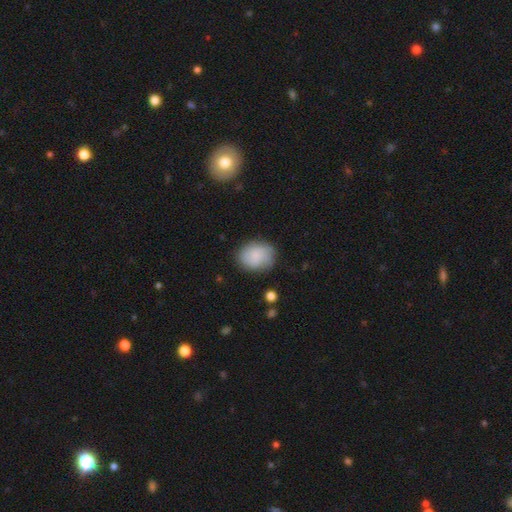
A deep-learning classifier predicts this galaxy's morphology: This appears to be a smooth galaxy with no disk features (73%) that is in between round and cigar-shaped (58%). Merging: none (73%).